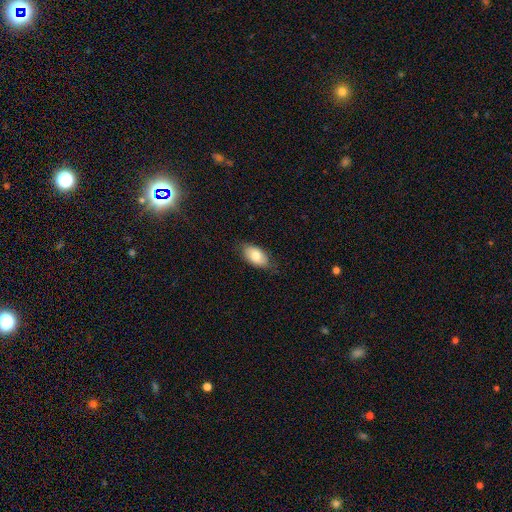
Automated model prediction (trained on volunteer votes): The model was most divided on "merging": none: 78%, minor disturbance: 18%, major disturbance: 3%, merger: 1%. More confident: how rounded — in between (93%); smooth or featured — smooth (77%).